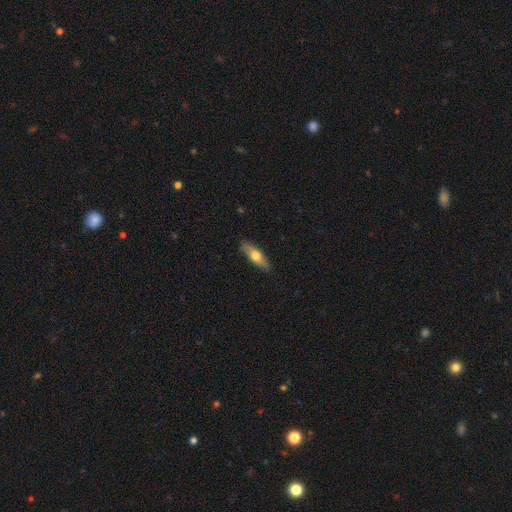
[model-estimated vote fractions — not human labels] Q: Smooth or featured?
A: smooth (60%); runner-up: featured or disk (35%)
Q: How rounded?
A: cigar-shaped (52%); runner-up: in between (45%)
Q: Merging?
A: none (86%); runner-up: minor disturbance (11%)